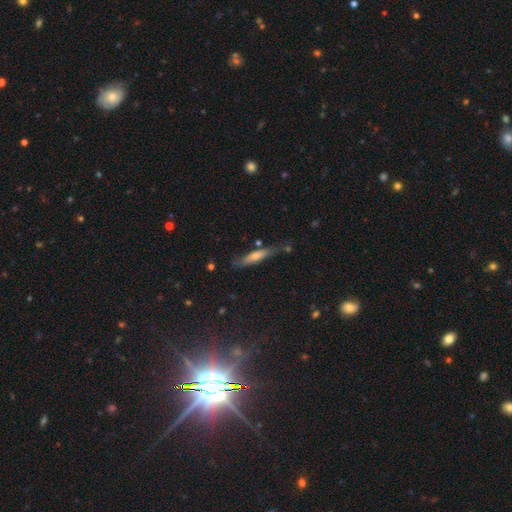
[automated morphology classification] This appears to be a featured or disk galaxy (49%). Merging: none (75%).